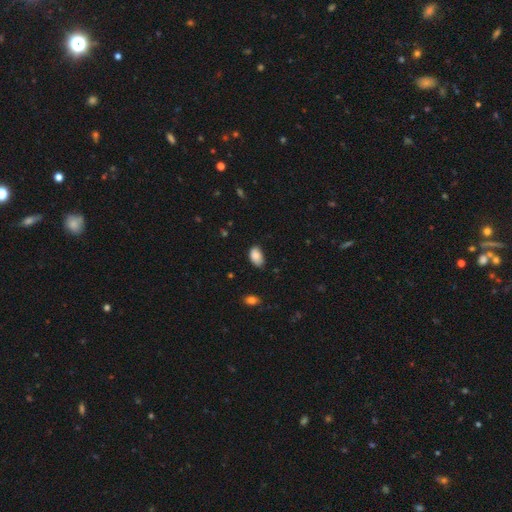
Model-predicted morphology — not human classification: type=smooth (87%); roundness=in between (92%); merging=none (75%).